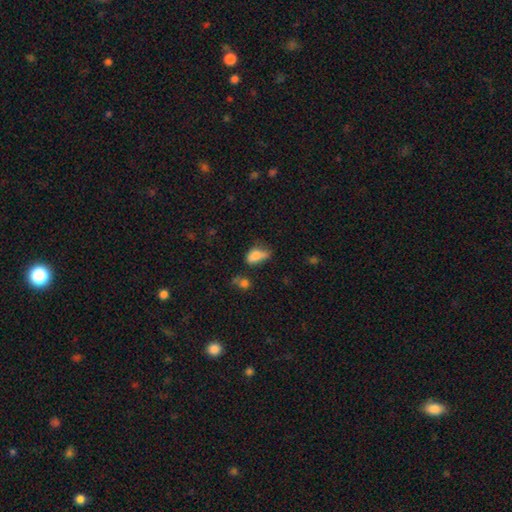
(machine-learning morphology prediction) Overall: smooth (77%). How rounded: in between (84%). Merging: minor disturbance (34%; none 30%).